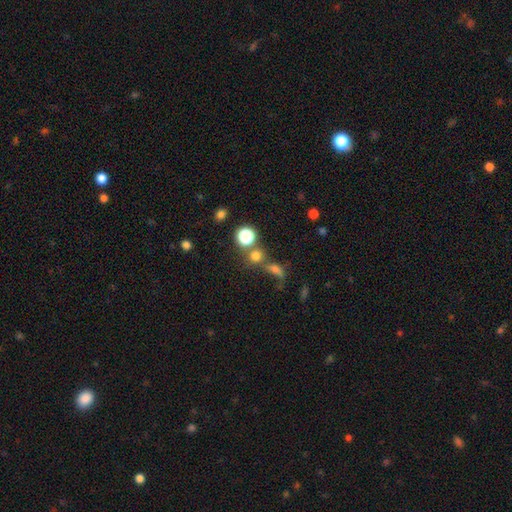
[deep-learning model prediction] Q: Smooth or featured?
A: smooth (67%); runner-up: star or artifact (24%)
Q: How rounded?
A: round (83%); runner-up: in between (15%)
Q: Merging?
A: none (56%); runner-up: merger (29%)